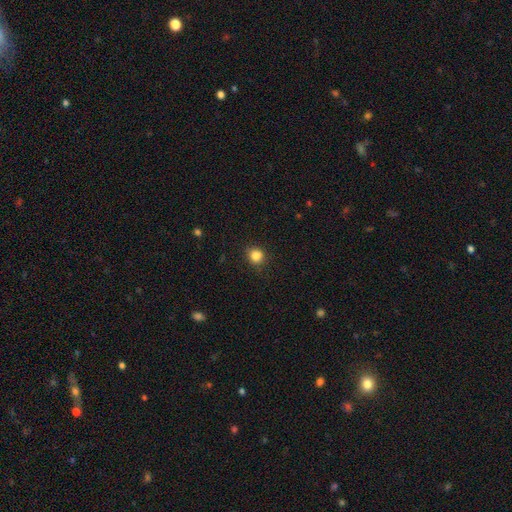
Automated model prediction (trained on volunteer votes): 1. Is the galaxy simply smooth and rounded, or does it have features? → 84% smooth, 12% star or artifact, 4% featured or disk.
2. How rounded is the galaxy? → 86% round, 13% in between, 1% cigar-shaped.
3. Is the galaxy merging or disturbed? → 87% none, 10% minor disturbance, 3% major disturbance, 1% merger.